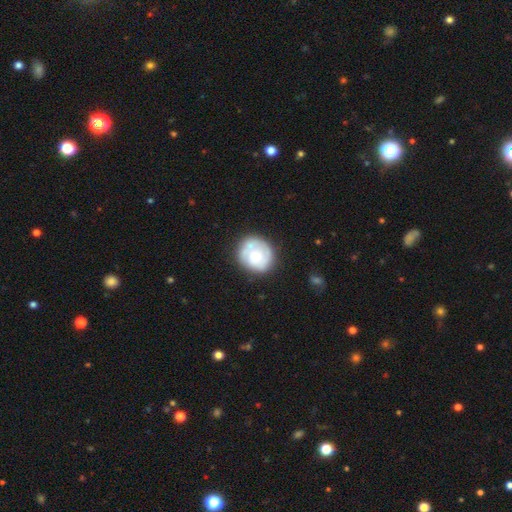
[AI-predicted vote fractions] A featured or disk galaxy (52%) with no bar (79%), spiral arms (67%) and a small central bulge (47%). Merging: none (67%).